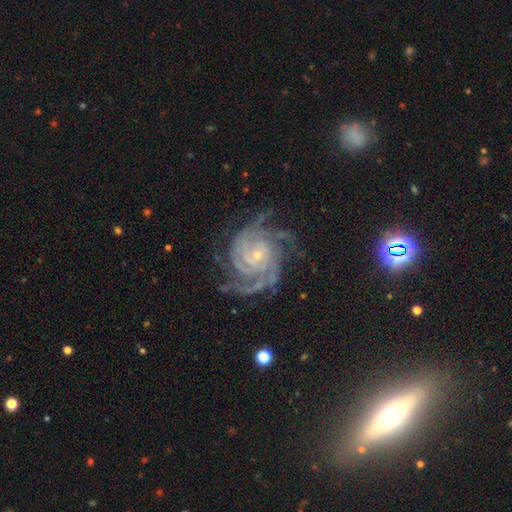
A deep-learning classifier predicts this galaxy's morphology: smooth_or_featured: featured or disk (p=0.92) [alt: star or artifact p=0.05]
disk_edge_on: no (p=0.98) [alt: yes p=0.02]
bar: no (p=0.71) [alt: weak p=0.21]
has_spiral_arms: yes (p=0.99) [alt: no p=0.01]
spiral_winding: tight (p=0.72) [alt: medium p=0.24]
spiral_arm_count: 4 (p=0.31) [alt: 3 p=0.25]
bulge_size: small (p=0.82) [alt: moderate p=0.14]
merging: none (p=0.71) [alt: minor disturbance p=0.18]